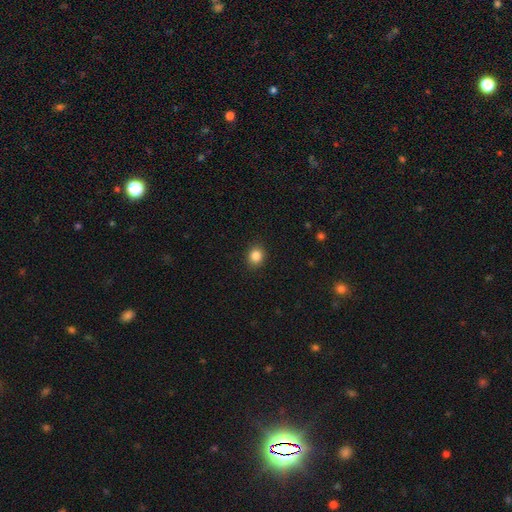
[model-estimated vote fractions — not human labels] Q: Smooth or featured?
A: smooth (85%); runner-up: star or artifact (11%)
Q: How rounded?
A: round (73%); runner-up: in between (26%)
Q: Merging?
A: none (90%); runner-up: minor disturbance (7%)